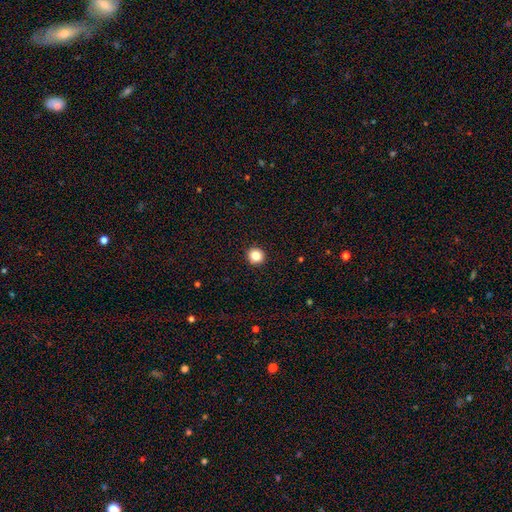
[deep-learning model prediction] smooth-or-featured: smooth: 85% | star or artifact: 10% | featured or disk: 5%
  how-rounded: round: 94% | in between: 5% | cigar-shaped: 1%
  merging: none: 93% | minor disturbance: 4% | major disturbance: 2% | merger: 1%